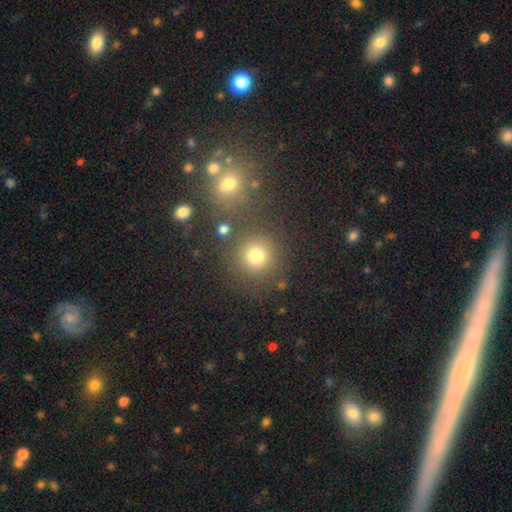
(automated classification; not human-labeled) A smooth galaxy with no disk features (75%) that is round (92%). Merging: none (78%).